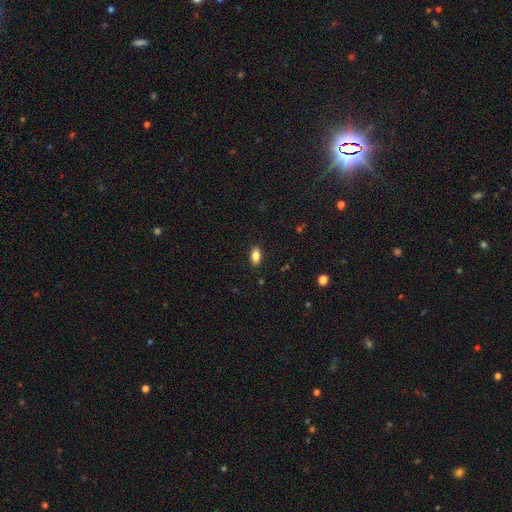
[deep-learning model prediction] This appears to be a smooth galaxy with no disk features (84%) that is in between round and cigar-shaped (89%). Merging: none (88%).